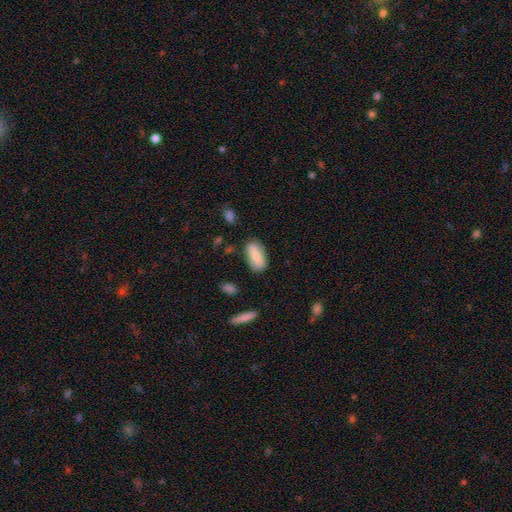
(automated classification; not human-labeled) Overall: smooth (76%). How rounded: in between (84%). Merging: none (80%).